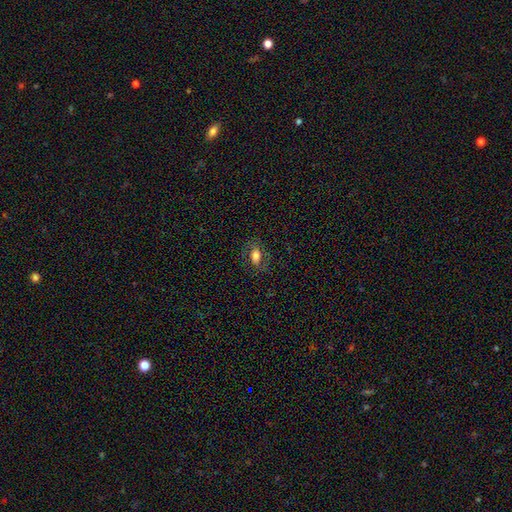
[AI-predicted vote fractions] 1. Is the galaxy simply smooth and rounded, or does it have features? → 62% smooth, 26% featured or disk, 11% star or artifact.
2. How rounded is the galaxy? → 84% in between, 12% round, 3% cigar-shaped.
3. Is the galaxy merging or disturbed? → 74% none, 15% minor disturbance, 9% major disturbance, 1% merger.